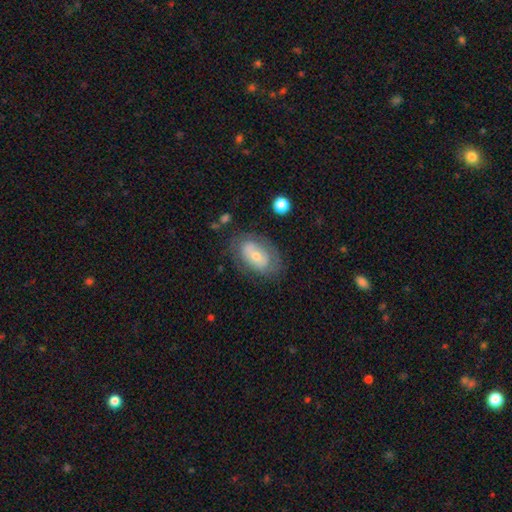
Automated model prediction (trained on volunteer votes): This appears to be a featured or disk galaxy (49%). Merging: none (70%).